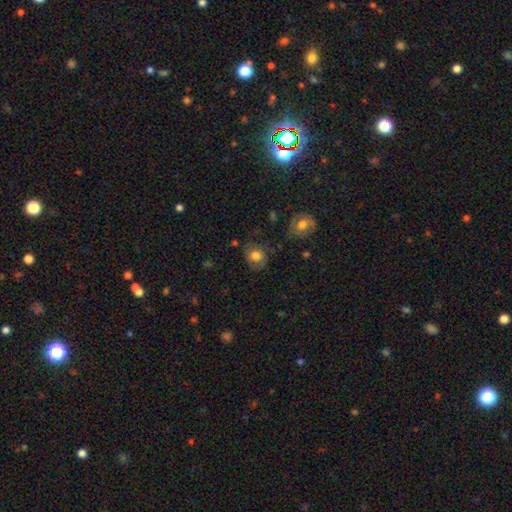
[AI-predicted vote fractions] This is likely a smooth galaxy (73%). How rounded: likely round (72%). Merging: likely none (64%).